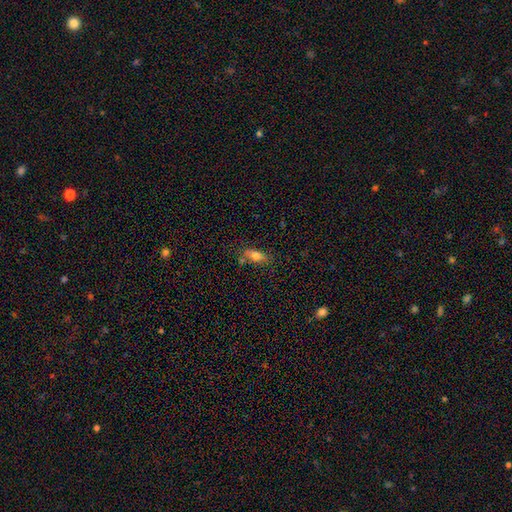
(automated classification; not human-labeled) A smooth galaxy with no disk features (77%) that is in between round and cigar-shaped (80%). Merging: none (65%).